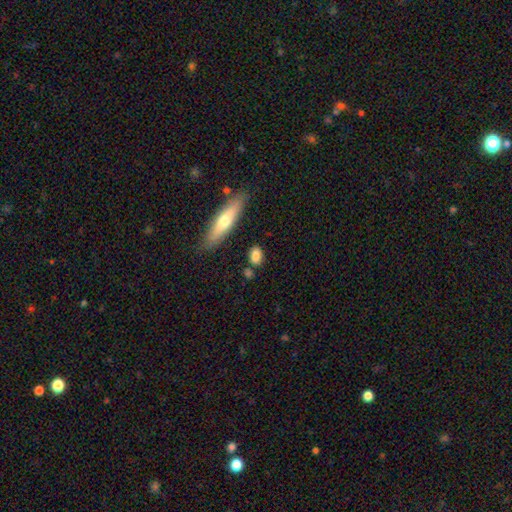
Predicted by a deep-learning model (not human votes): smooth 81%, featured or disk 11%, star or artifact 8%. Down the decision tree: how rounded — in between (67%); merging — none (77%).